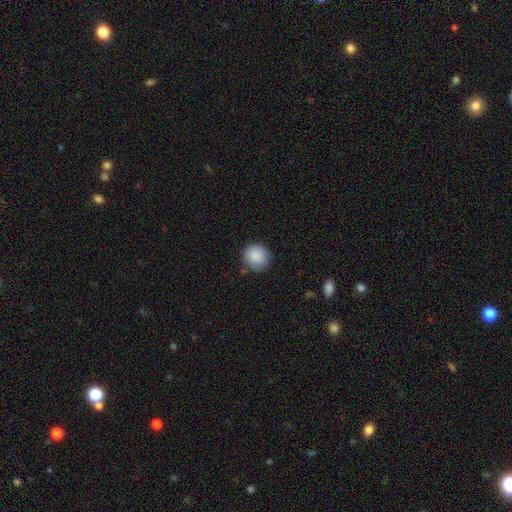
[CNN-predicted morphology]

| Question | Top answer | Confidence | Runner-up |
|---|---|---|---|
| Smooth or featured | smooth | 87% | star or artifact (7%) |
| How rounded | round | 89% | in between (10%) |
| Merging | none | 78% | minor disturbance (16%) |